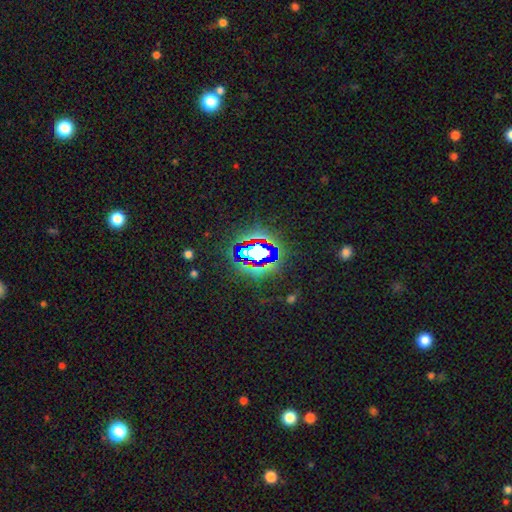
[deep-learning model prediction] This is likely a star or artifact rather than a galaxy (74%).